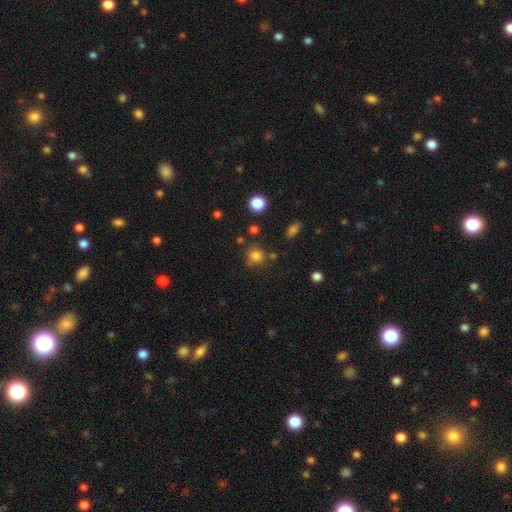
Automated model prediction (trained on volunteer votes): smooth_or_featured: smooth (p=0.79) [alt: star or artifact p=0.15]
how_rounded: round (p=0.84) [alt: in between p=0.15]
merging: none (p=0.73) [alt: minor disturbance p=0.13]